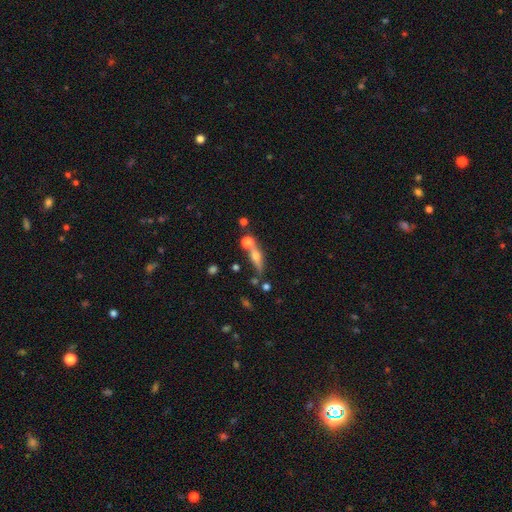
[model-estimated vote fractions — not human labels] The model was most divided on "how rounded": cigar-shaped: 45%, in between: 40%, round: 15%. Remaining: smooth or featured — smooth (52%); merging — none (50%).